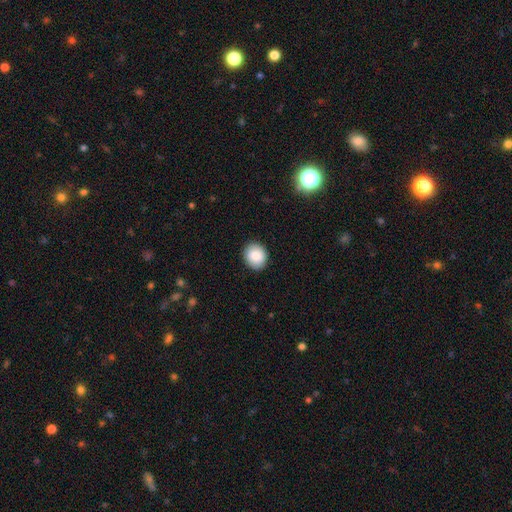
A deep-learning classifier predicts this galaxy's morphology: Overall: smooth (87%). How rounded: round (69%; in between 30%). Merging: none (90%).